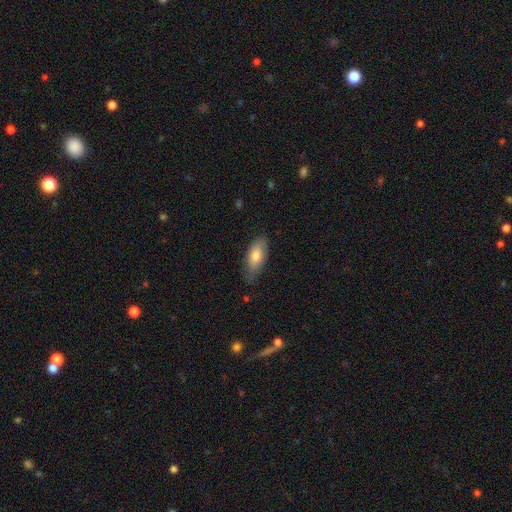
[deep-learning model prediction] Morphology: type=smooth (74%); roundness=in between (83%); merging=none (74%).